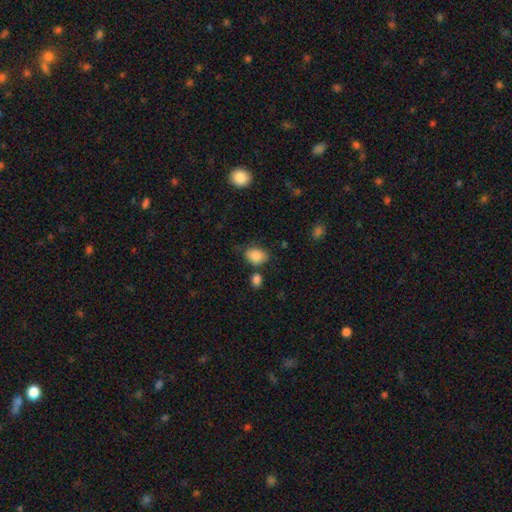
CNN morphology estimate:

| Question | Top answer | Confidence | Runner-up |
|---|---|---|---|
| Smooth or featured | smooth | 86% | star or artifact (9%) |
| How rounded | in between | 71% | round (28%) |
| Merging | none | 61% | minor disturbance (24%) |